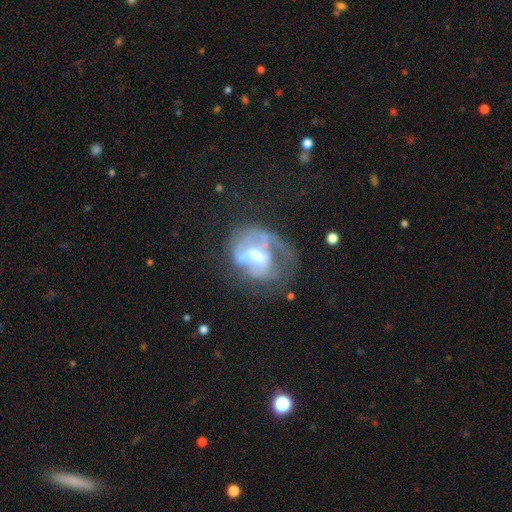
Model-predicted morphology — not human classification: type=featured or disk (67%); edge-on=no (97%); bar=no (43%); spiral arms=no (53%); bulge=moderate (52%); merging=major disturbance (41%).